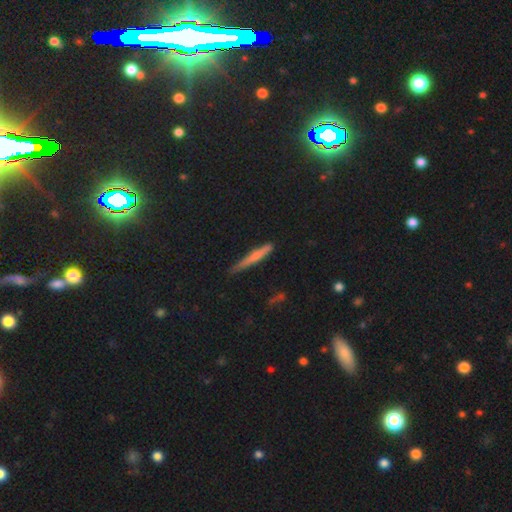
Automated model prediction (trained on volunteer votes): A smooth galaxy with no disk features (58%) that is cigar-shaped (94%).

Vote fractions:
- Smooth or featured? smooth: 58% / featured or disk: 34% / star or artifact: 8%
- How rounded? cigar-shaped: 94% / in between: 4% / round: 2%
- Merging? none: 74% / minor disturbance: 20% / major disturbance: 4% / merger: 2%